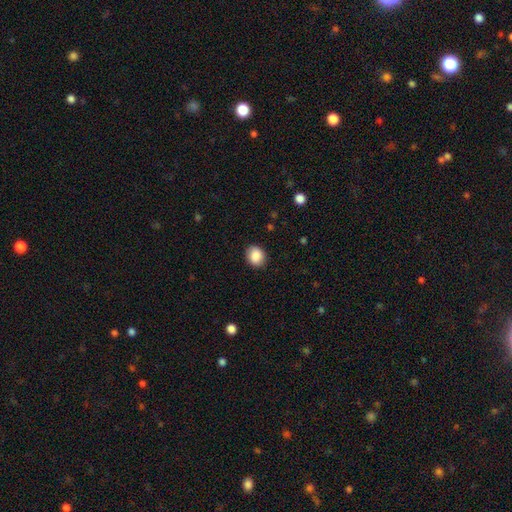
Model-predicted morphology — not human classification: Smooth or featured? smooth (88%)
How rounded? round (59%)
Merging? none (89%)